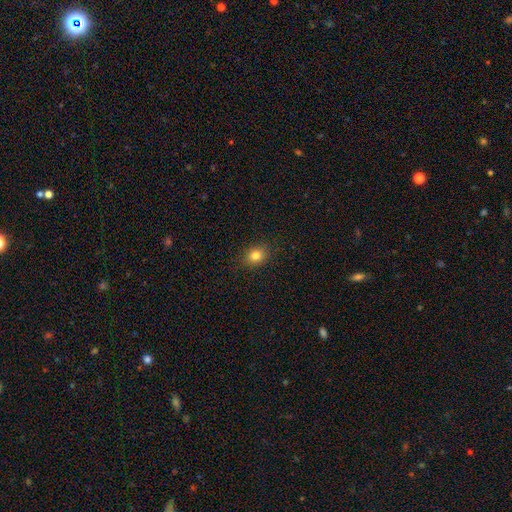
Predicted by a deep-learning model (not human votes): A smooth galaxy with no disk features (81%) that is round (53%).

Vote fractions:
- Smooth or featured? smooth: 81% / star or artifact: 12% / featured or disk: 7%
- How rounded? round: 53% / in between: 46% / cigar-shaped: 1%
- Merging? none: 89% / minor disturbance: 8% / major disturbance: 2% / merger: 1%